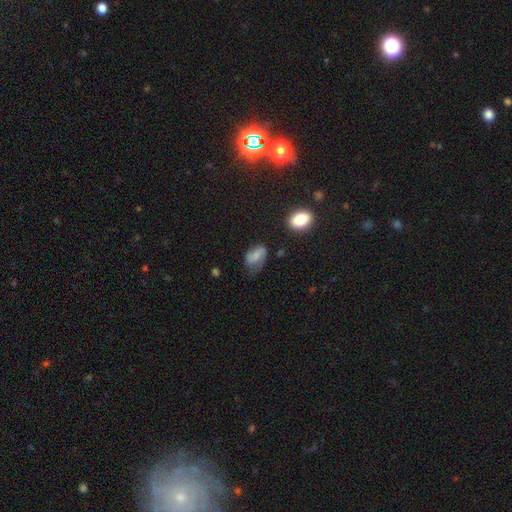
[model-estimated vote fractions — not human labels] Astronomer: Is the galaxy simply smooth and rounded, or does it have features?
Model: smooth — 47% (runner-up: featured or disk, 43%).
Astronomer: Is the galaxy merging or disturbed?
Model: none — 42% (runner-up: minor disturbance, 32%).